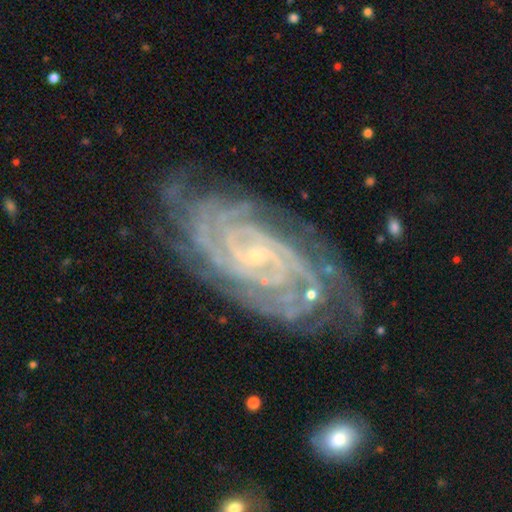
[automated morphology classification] smooth_or_featured: featured or disk (p=0.92) [alt: star or artifact p=0.05]
disk_edge_on: no (p=0.97) [alt: yes p=0.03]
bar: no (p=0.58) [alt: weak p=0.29]
has_spiral_arms: yes (p=0.99) [alt: no p=0.01]
spiral_winding: tight (p=0.83) [alt: medium p=0.14]
spiral_arm_count: 4 (p=0.24) [alt: can't tell p=0.19]
bulge_size: small (p=0.84) [alt: moderate p=0.10]
merging: none (p=0.70) [alt: minor disturbance p=0.20]